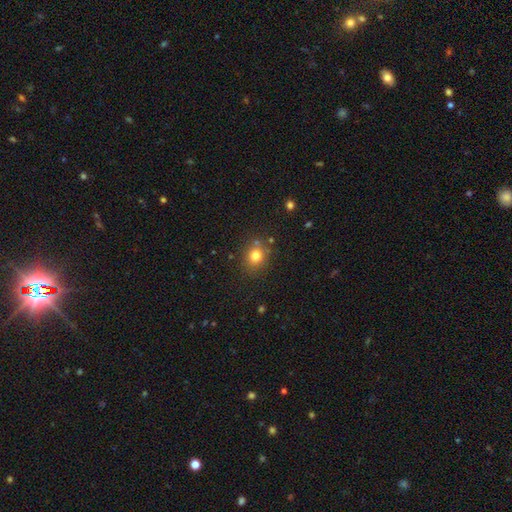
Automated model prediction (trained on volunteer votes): Q: Smooth or featured?
A: smooth (78%); runner-up: star or artifact (14%)
Q: How rounded?
A: round (79%); runner-up: in between (21%)
Q: Merging?
A: none (79%); runner-up: minor disturbance (11%)